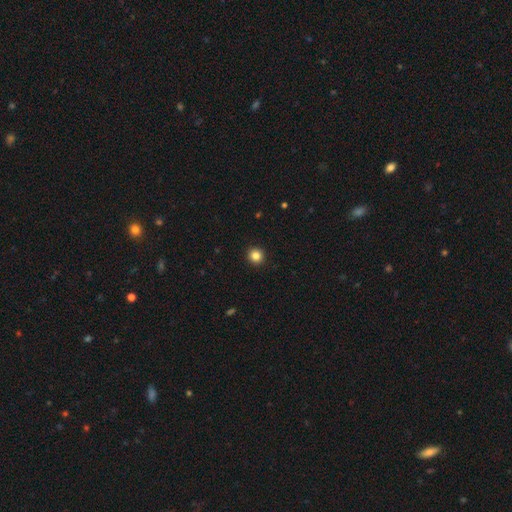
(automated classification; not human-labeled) Smooth or featured: smooth — 84% (star or artifact — 12%)
How rounded: round — 94% (in between — 5%)
Merging: none — 93% (minor disturbance — 4%)